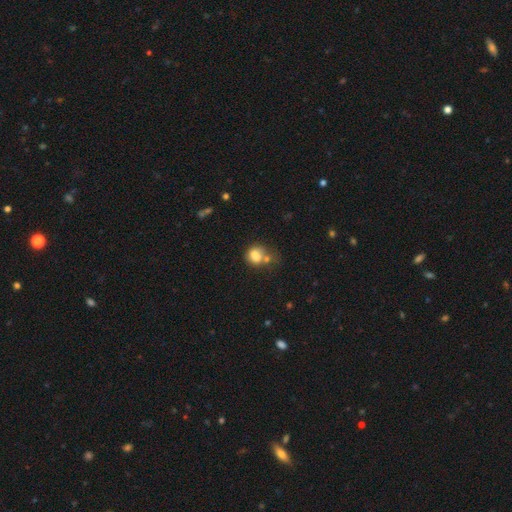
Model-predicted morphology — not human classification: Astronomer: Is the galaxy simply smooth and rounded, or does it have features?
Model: smooth — 73%.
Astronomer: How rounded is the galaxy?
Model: round — 57% (runner-up: in between, 42%).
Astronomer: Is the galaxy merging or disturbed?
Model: merger — 47% (runner-up: none, 29%).